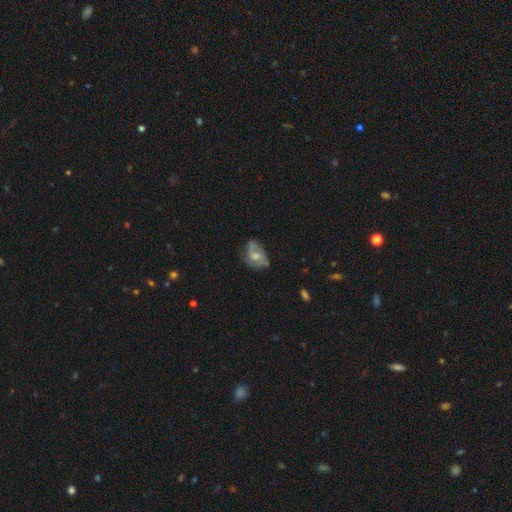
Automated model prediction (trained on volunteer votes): Smooth or featured? Predicted: smooth (p=0.46, tied with featured or disk). Merging? Predicted: none (p=0.46).